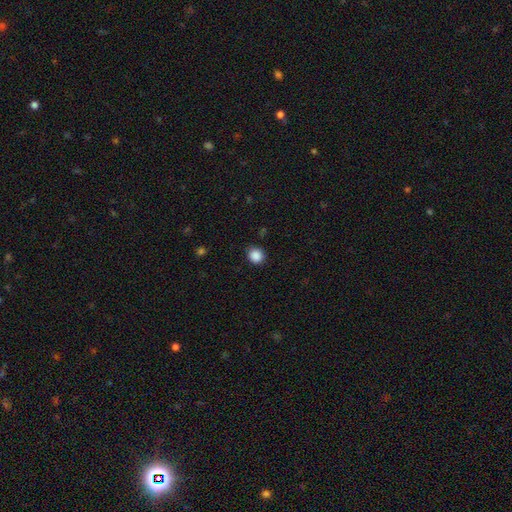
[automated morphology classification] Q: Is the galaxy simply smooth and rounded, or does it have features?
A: smooth — 88%.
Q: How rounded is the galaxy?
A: round — 81%.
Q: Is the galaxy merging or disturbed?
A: none — 87%.